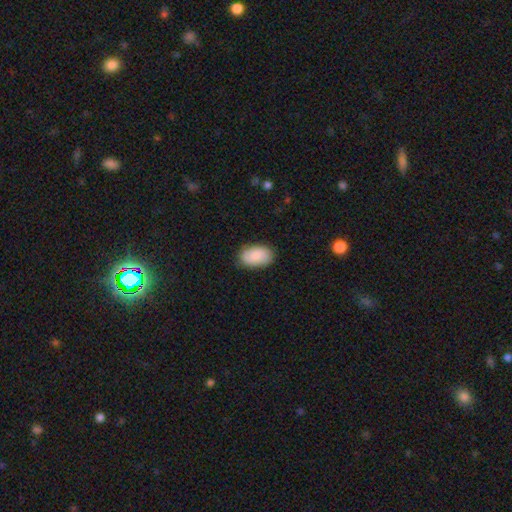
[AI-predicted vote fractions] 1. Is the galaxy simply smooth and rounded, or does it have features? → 87% smooth, 7% featured or disk, 6% star or artifact.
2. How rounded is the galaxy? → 93% in between, 5% round, 1% cigar-shaped.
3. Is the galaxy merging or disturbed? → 83% none, 13% minor disturbance, 3% major disturbance, 1% merger.